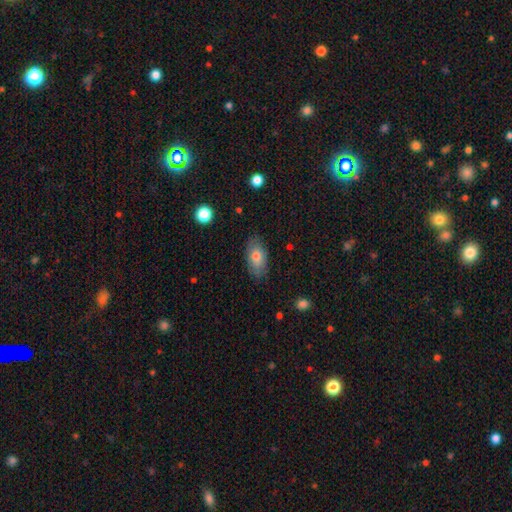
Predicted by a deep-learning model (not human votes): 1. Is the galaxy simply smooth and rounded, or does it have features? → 74% smooth, 19% featured or disk, 7% star or artifact.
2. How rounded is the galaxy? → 91% in between, 5% round, 4% cigar-shaped.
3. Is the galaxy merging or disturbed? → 82% none, 14% minor disturbance, 3% major disturbance, 1% merger.